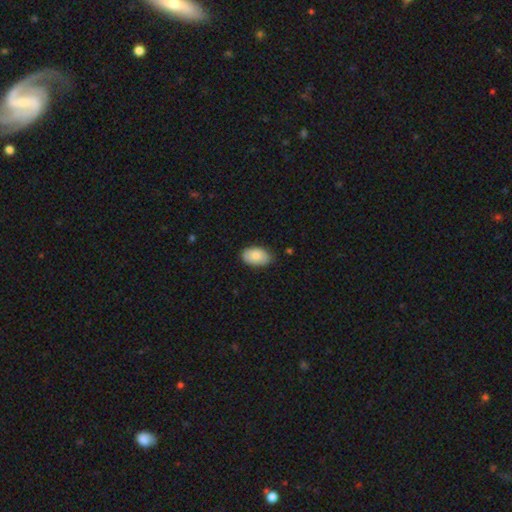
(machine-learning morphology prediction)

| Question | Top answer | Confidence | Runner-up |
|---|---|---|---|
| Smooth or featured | smooth | 82% | featured or disk (12%) |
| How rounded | in between | 93% | round (6%) |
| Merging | none | 82% | minor disturbance (15%) |